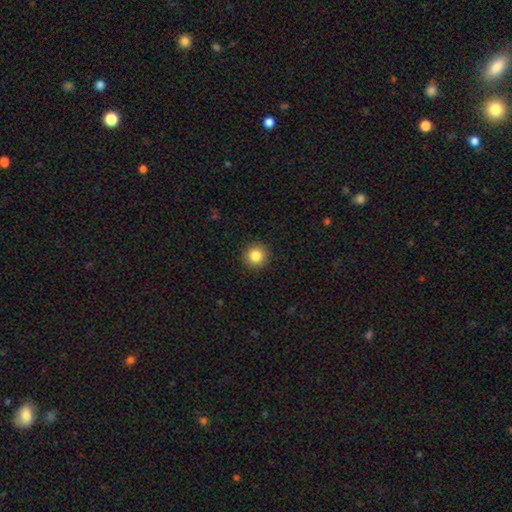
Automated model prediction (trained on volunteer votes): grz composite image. It shows a smooth galaxy with no disk features (84%) that is round (95%). Merging: none (93%).